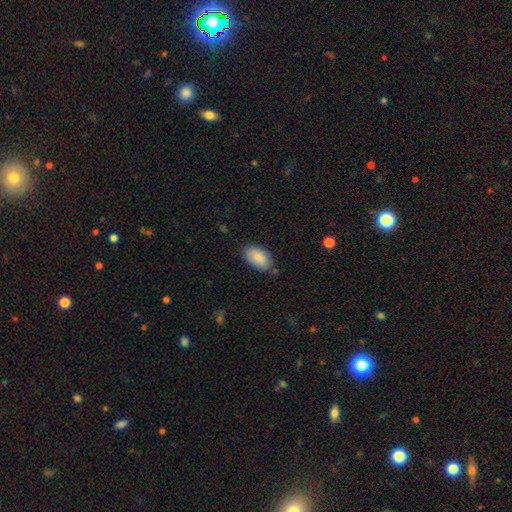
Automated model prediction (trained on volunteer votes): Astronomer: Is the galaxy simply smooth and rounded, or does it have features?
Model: smooth — 86%.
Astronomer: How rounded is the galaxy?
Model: in between — 94%.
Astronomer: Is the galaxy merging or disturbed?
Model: none — 75%.